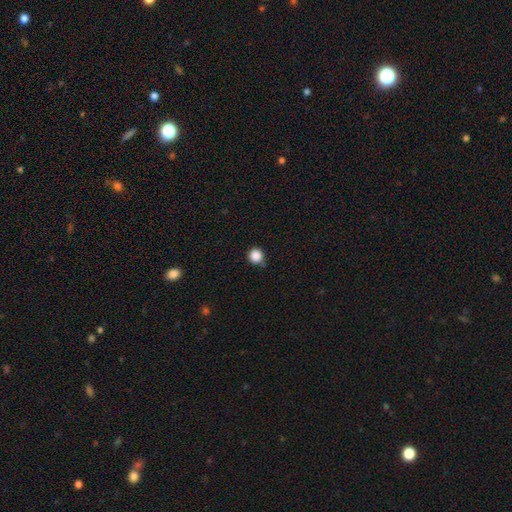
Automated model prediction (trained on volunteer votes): This is clearly a smooth galaxy (87%). How rounded: clearly round (92%). Merging: clearly none (81%).